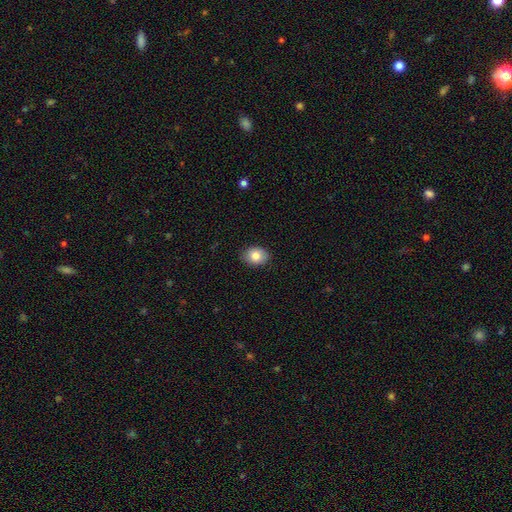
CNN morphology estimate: Smooth or featured?
  - smooth: 81% *
  - featured or disk: 10%
  - star or artifact: 9%
How rounded?
  - in between: 54% *
  - round: 45%
  - cigar-shaped: 1%
Merging?
  - none: 88% *
  - minor disturbance: 9%
  - major disturbance: 2%
  - merger: 1%